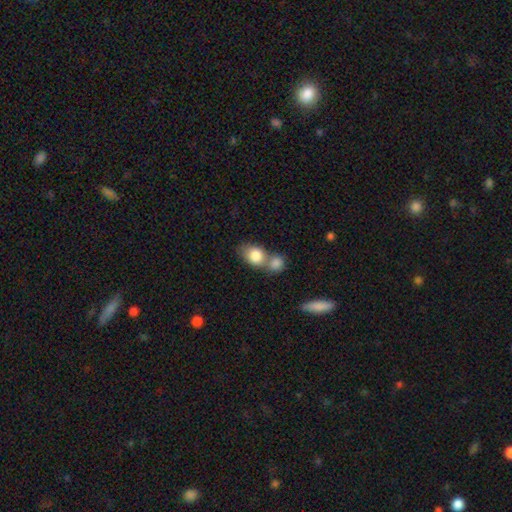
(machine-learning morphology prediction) Smooth or featured? Predicted: smooth (p=0.83). How rounded? Predicted: in between (p=0.60). Merging? Predicted: merger (p=0.58).